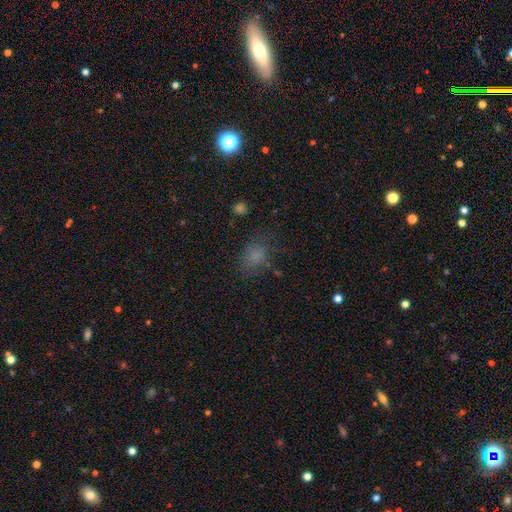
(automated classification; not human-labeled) Smooth or featured: smooth — 73% (star or artifact — 18%)
How rounded: in between — 71% (round — 27%)
Merging: none — 63% (minor disturbance — 22%)